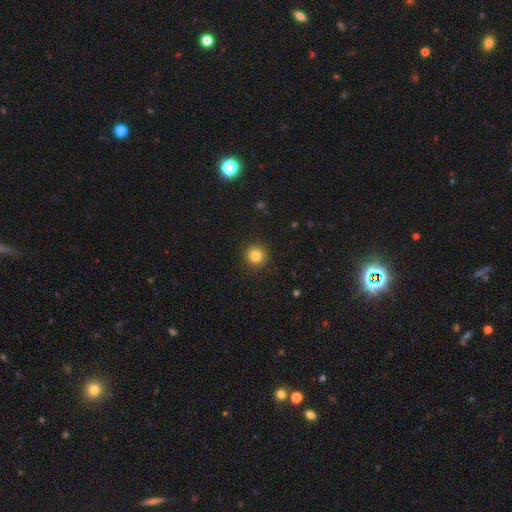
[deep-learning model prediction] Smooth or featured?
  - smooth: 83% *
  - star or artifact: 12%
  - featured or disk: 5%
How rounded?
  - round: 94% *
  - in between: 5%
  - cigar-shaped: 1%
Merging?
  - none: 92% *
  - minor disturbance: 5%
  - major disturbance: 2%
  - merger: 1%